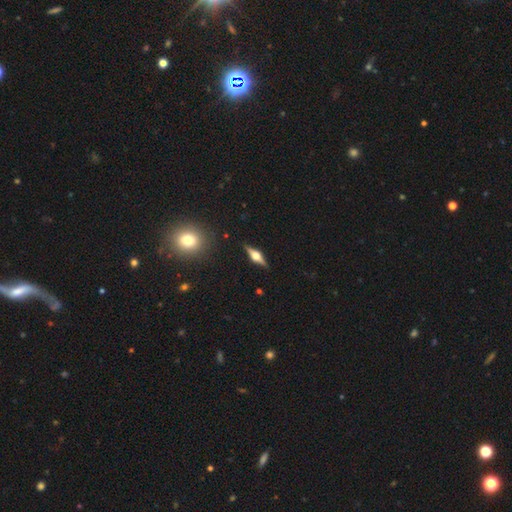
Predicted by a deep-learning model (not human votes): Overall: featured or disk (76%). Edge-on disk: yes (97%). Edge-on bulge: rounded (93%). Merging: none (89%).